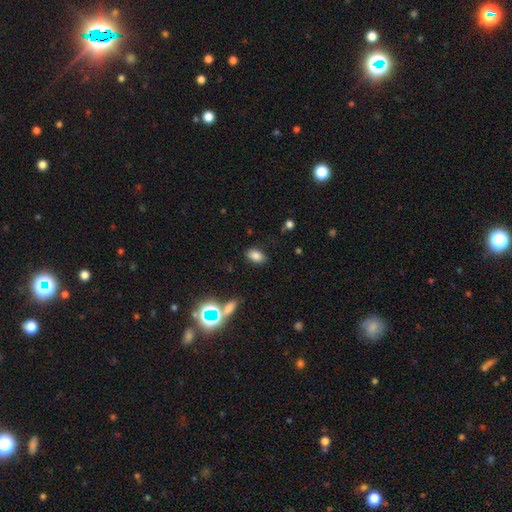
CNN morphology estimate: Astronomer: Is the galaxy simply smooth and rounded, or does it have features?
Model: smooth — 79%.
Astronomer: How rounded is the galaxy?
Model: in between — 88%.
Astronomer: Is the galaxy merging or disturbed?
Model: none — 84%.